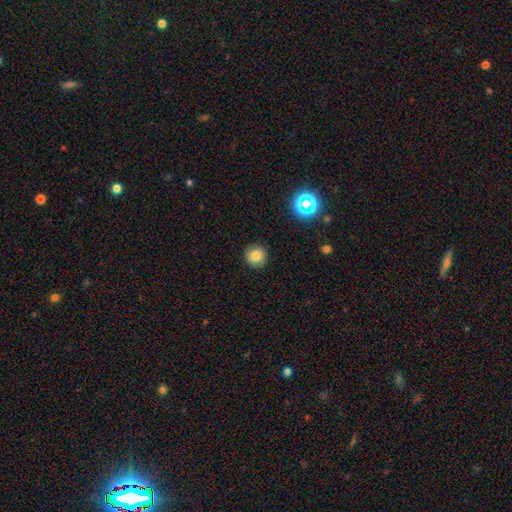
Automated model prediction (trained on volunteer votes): Smooth or featured? Predicted: smooth (p=0.80). How rounded? Predicted: round (p=0.93). Merging? Predicted: none (p=0.90).